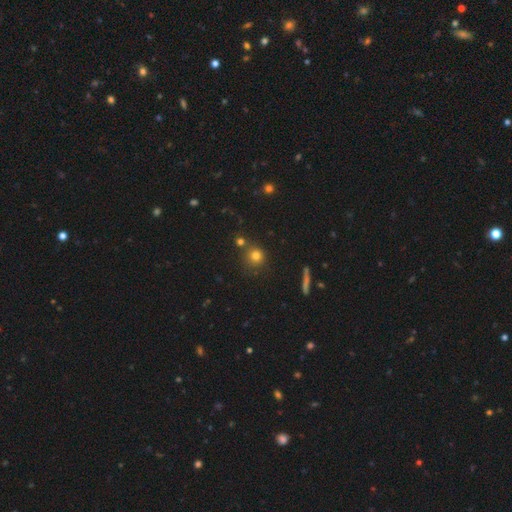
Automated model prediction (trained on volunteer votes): Overall: smooth (76%). How rounded: round (91%). Merging: none (71%).